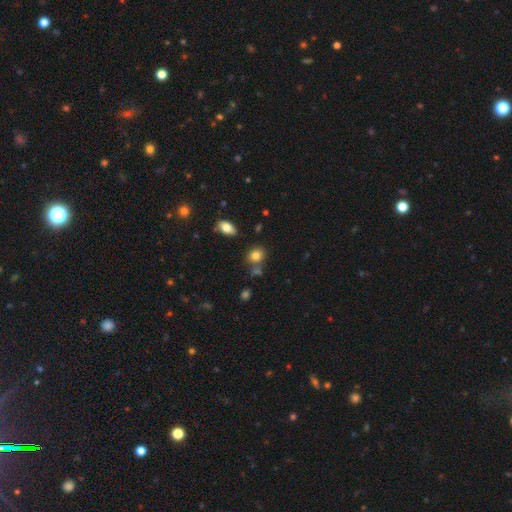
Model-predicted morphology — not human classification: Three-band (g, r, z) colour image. It shows a smooth galaxy with no disk features (81%) that is round (60%). Merging: none (68%).